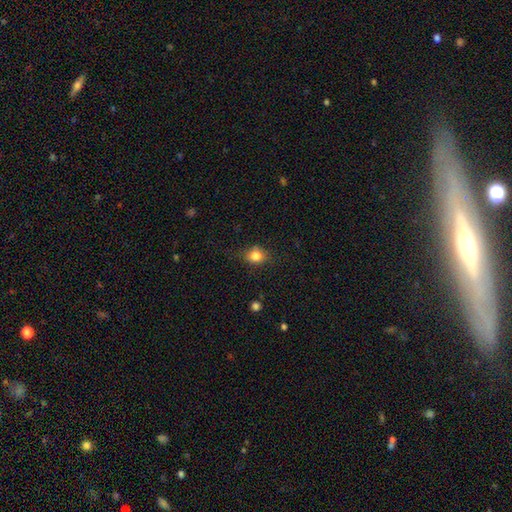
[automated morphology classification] Smooth or featured? smooth (81%)
How rounded? round (58%)
Merging? none (77%)